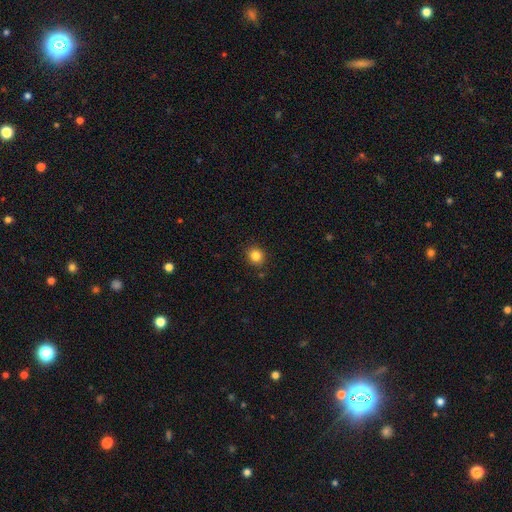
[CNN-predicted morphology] type=smooth (84%); roundness=round (86%); merging=none (89%).